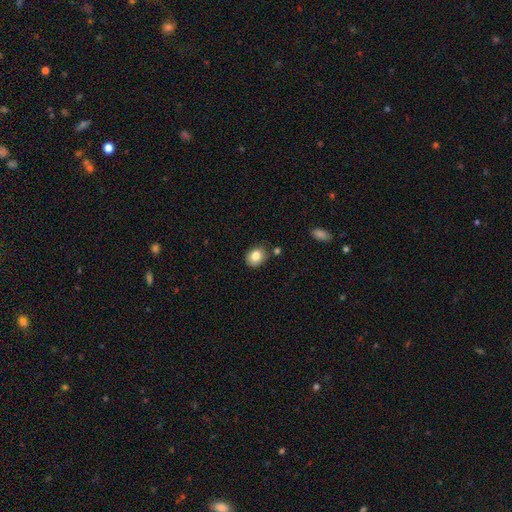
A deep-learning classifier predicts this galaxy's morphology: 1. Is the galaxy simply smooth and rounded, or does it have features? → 82% smooth, 9% featured or disk, 9% star or artifact.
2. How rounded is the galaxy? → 59% in between, 40% round, 1% cigar-shaped.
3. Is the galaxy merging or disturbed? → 77% none, 15% minor disturbance, 6% merger, 3% major disturbance.